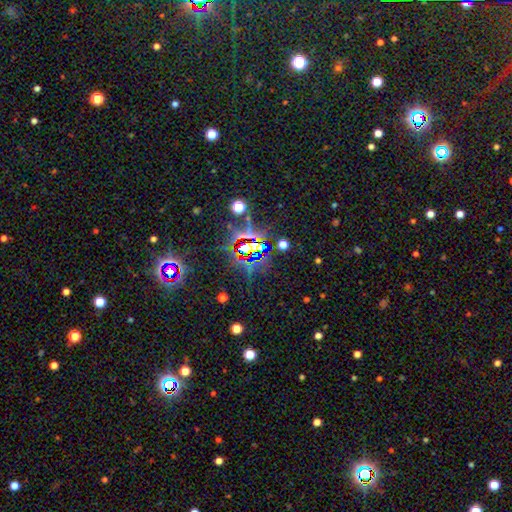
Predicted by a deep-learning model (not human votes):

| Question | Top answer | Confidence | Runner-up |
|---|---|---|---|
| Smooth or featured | star or artifact | 78% | smooth (12%) |